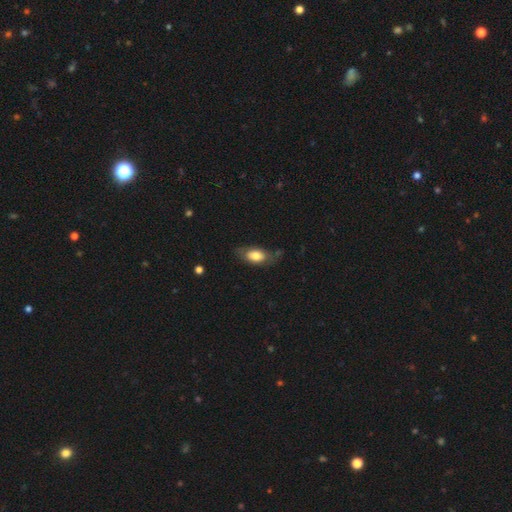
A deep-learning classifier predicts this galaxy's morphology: type=smooth (72%); roundness=in between (88%); merging=none (66%).